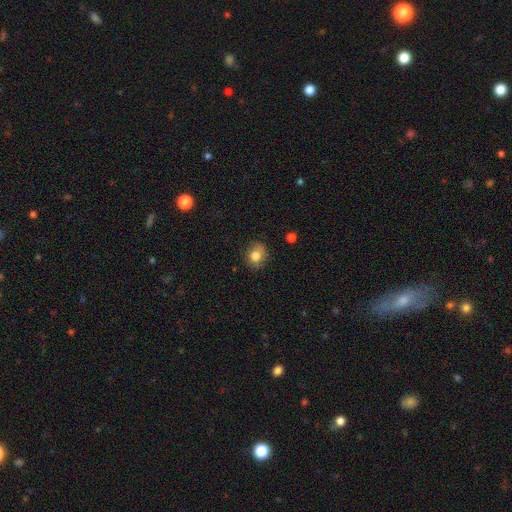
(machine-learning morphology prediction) Q: Smooth or featured?
A: smooth (79%); runner-up: featured or disk (11%)
Q: How rounded?
A: round (71%); runner-up: in between (28%)
Q: Merging?
A: none (72%); runner-up: minor disturbance (21%)